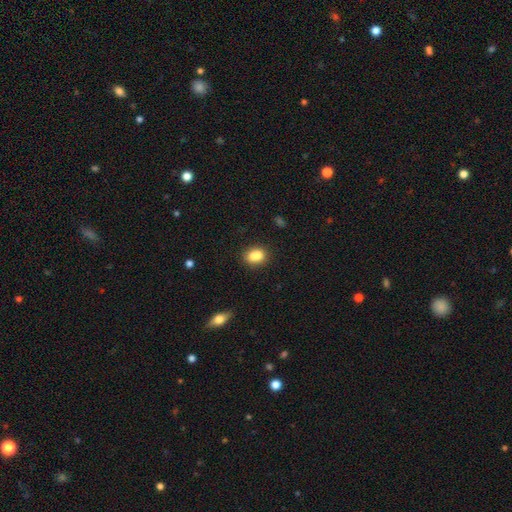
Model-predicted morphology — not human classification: Smooth or featured? smooth (84%)
How rounded? in between (67%)
Merging? none (69%)